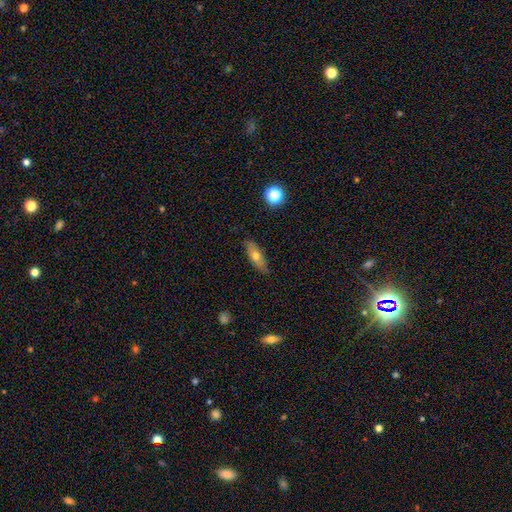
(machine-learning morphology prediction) This appears to be a smooth galaxy with no disk features (60%) that is in between round and cigar-shaped (61%). Merging: none (83%).